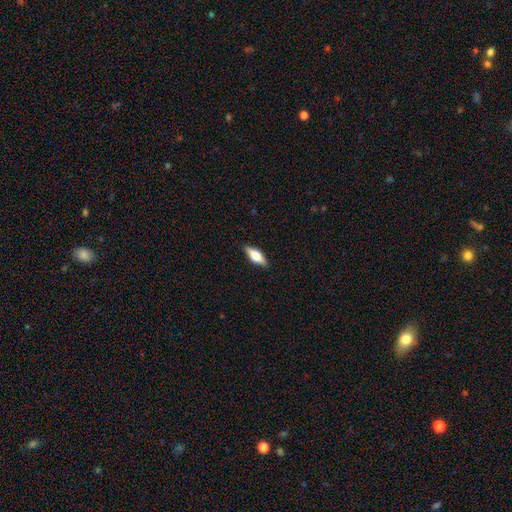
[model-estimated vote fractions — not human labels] The model was most divided on "smooth or featured": smooth: 58%, featured or disk: 36%, star or artifact: 6%. More confident: merging — none (88%); how rounded — in between (63%).